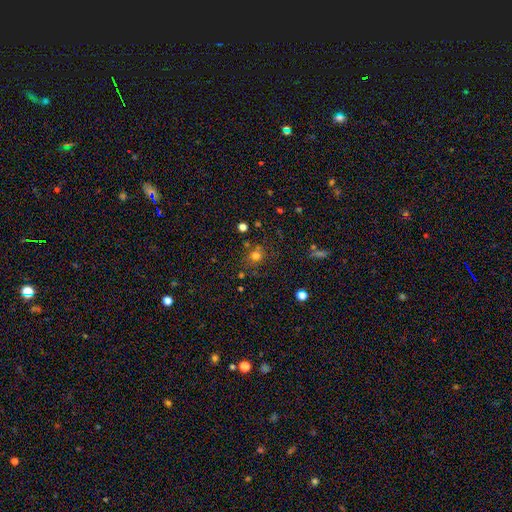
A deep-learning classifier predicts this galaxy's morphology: The model was most divided on "smooth or featured": smooth: 69%, star or artifact: 22%, featured or disk: 8%. More confident: how rounded — round (83%); merging — none (72%).